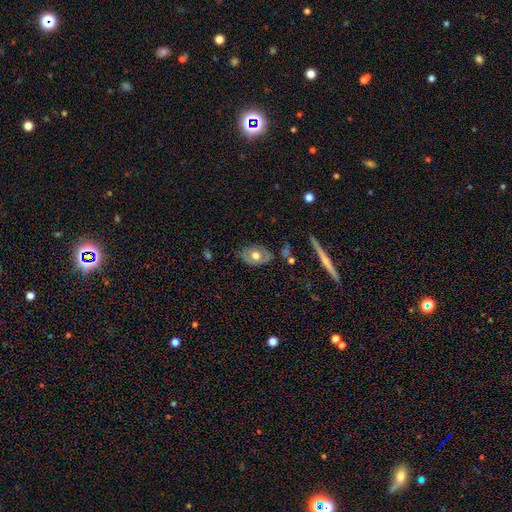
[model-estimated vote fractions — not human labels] Q: Smooth or featured?
A: smooth (48%); runner-up: featured or disk (45%)
Q: Merging?
A: none (73%); runner-up: minor disturbance (19%)